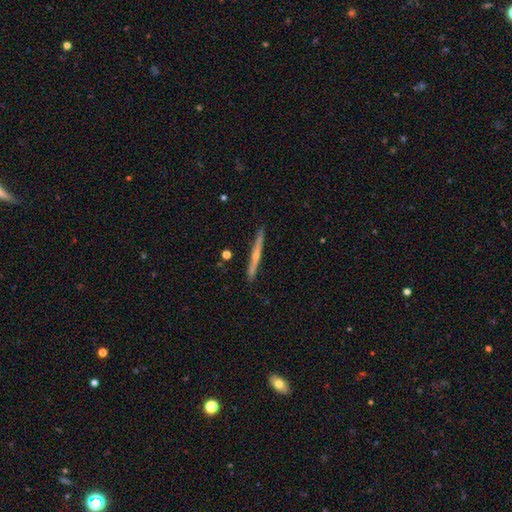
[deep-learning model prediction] Smooth or featured? featured or disk (69%)
Edge-on disk? yes (97%)
Edge-on bulge? rounded (68%)
Merging? none (90%)